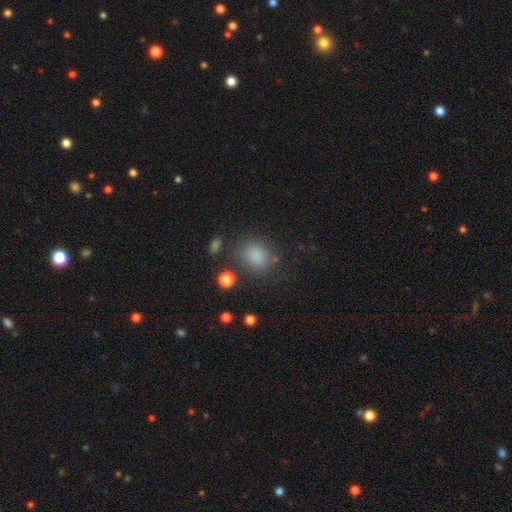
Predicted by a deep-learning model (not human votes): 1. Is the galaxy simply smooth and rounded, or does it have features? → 84% smooth, 11% star or artifact, 5% featured or disk.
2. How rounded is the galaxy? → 51% round, 47% in between, 1% cigar-shaped.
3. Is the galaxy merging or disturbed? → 75% none, 14% minor disturbance, 7% major disturbance, 4% merger.